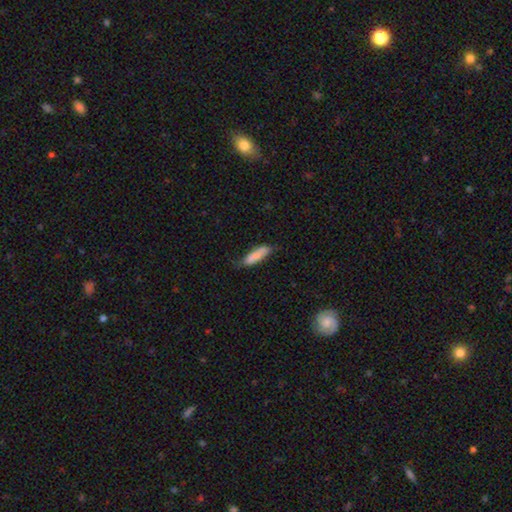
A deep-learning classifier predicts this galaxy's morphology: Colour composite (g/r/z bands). It shows a smooth galaxy with no disk features (79%) that is cigar-shaped (57%). Merging: none (58%).